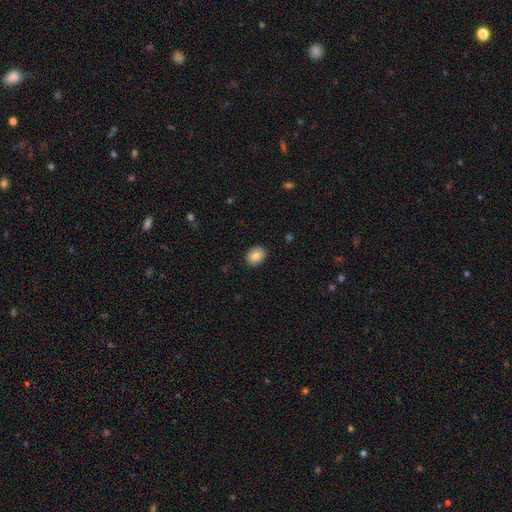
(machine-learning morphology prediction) Smooth or featured?
  - smooth: 84% *
  - featured or disk: 8%
  - star or artifact: 8%
How rounded?
  - in between: 65% *
  - round: 34%
  - cigar-shaped: 1%
Merging?
  - none: 89% *
  - minor disturbance: 8%
  - major disturbance: 2%
  - merger: 1%